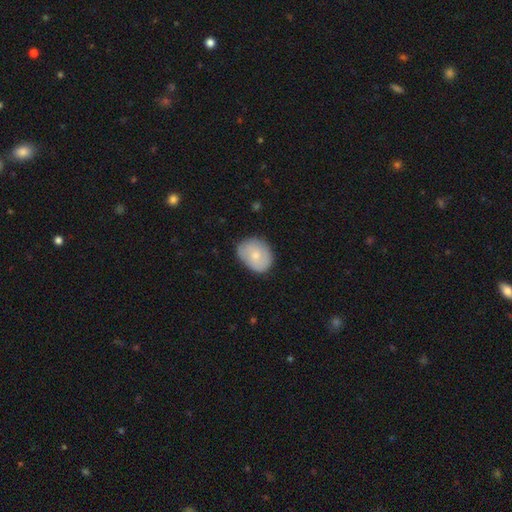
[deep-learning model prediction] Morphology: type=smooth (68%); roundness=in between (55%); merging=none (74%).